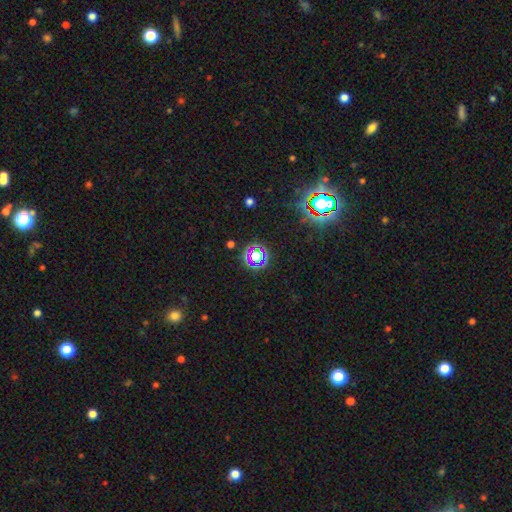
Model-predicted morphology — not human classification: Smooth or featured: star or artifact — 65% (smooth — 24%)